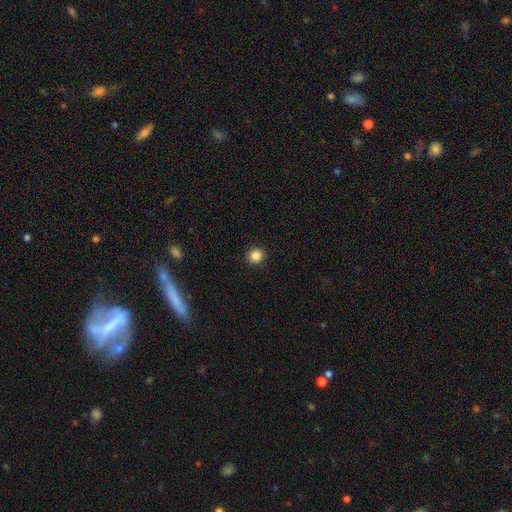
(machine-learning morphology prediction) smooth-or-featured: smooth: 86% | star or artifact: 11% | featured or disk: 3%
  how-rounded: round: 94% | in between: 5% | cigar-shaped: 1%
  merging: none: 93% | minor disturbance: 4% | major disturbance: 2% | merger: 1%